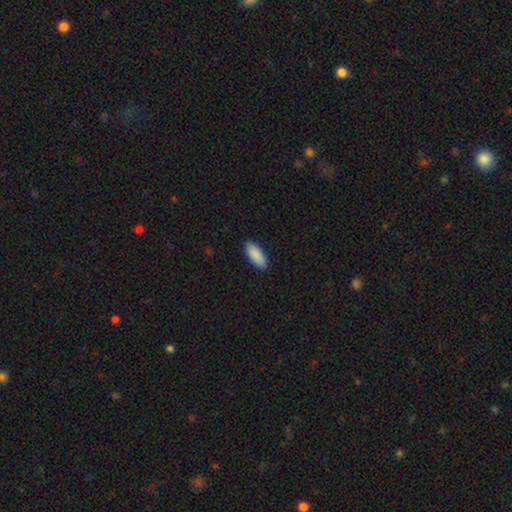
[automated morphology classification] Q: Smooth or featured?
A: smooth (91%); runner-up: star or artifact (6%)
Q: How rounded?
A: in between (85%); runner-up: cigar-shaped (14%)
Q: Merging?
A: none (90%); runner-up: minor disturbance (8%)